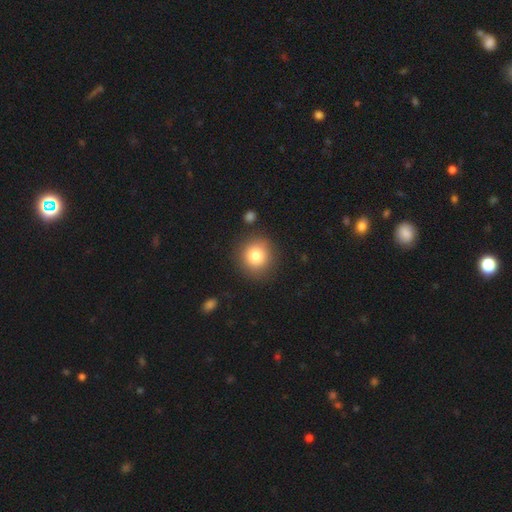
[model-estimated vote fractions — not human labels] Smooth or featured? smooth (81%)
How rounded? round (91%)
Merging? none (87%)